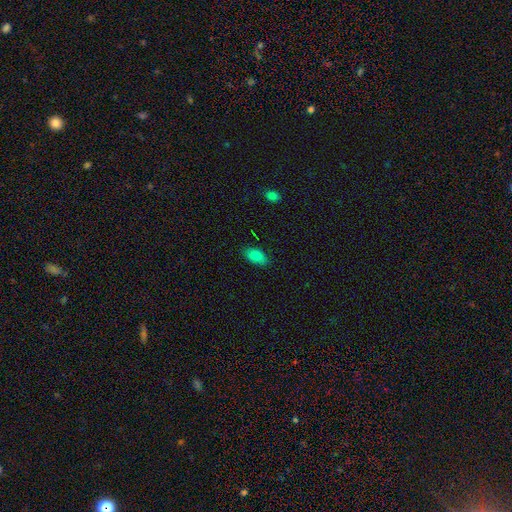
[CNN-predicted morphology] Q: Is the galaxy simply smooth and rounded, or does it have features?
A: smooth — 83%.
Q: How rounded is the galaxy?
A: in between — 90%.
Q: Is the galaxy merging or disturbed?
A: none — 84%.